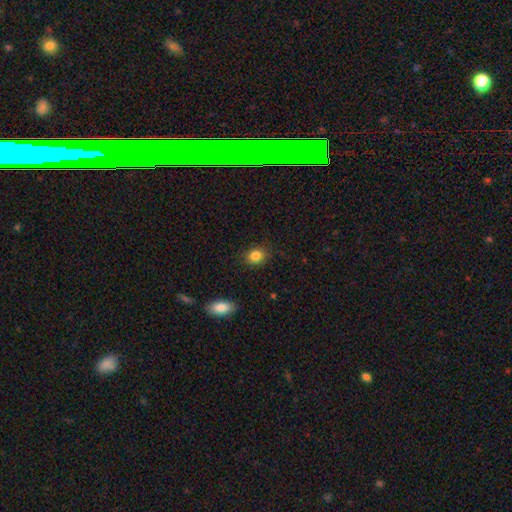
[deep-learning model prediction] Overall: smooth (85%). How rounded: round (51%; in between 48%). Merging: none (85%).